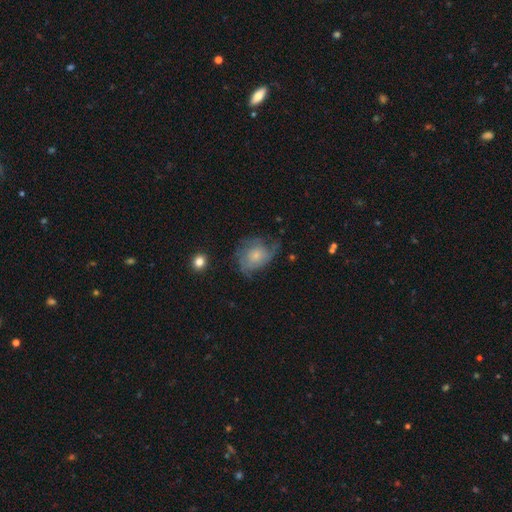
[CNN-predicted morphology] Q: Smooth or featured?
A: featured or disk (57%); runner-up: smooth (35%)
Q: Edge-on disk?
A: no (97%); runner-up: yes (3%)
Q: Bar?
A: no (82%); runner-up: weak (16%)
Q: Spiral arms?
A: yes (77%); runner-up: no (23%)
Q: Bulge size?
A: small (61%); runner-up: moderate (27%)
Q: Merging?
A: none (45%); runner-up: minor disturbance (28%)